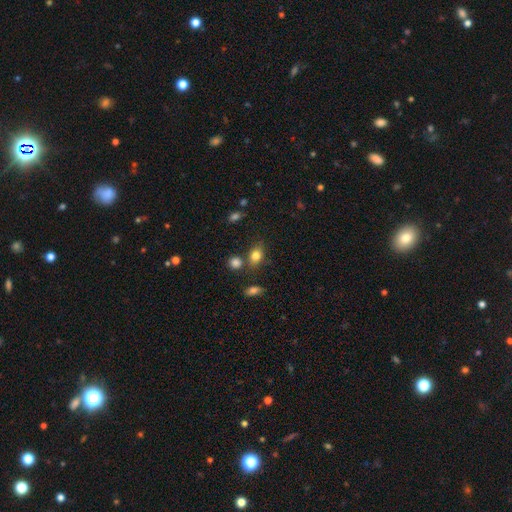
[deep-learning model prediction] smooth-or-featured: smooth: 81% | star or artifact: 11% | featured or disk: 8%
  how-rounded: in between: 67% | round: 31% | cigar-shaped: 2%
  merging: none: 68% | minor disturbance: 15% | merger: 12% | major disturbance: 5%